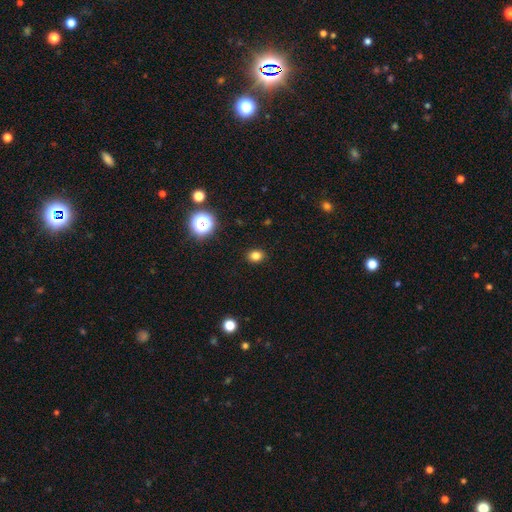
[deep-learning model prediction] smooth-or-featured: smooth: 80% | star or artifact: 15% | featured or disk: 5%
  how-rounded: round: 55% | in between: 44% | cigar-shaped: 1%
  merging: none: 89% | minor disturbance: 7% | major disturbance: 2% | merger: 1%